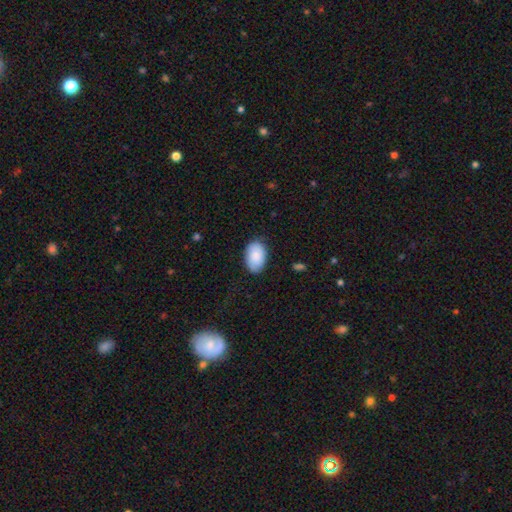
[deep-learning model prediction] Q: Smooth or featured?
A: smooth (86%); runner-up: featured or disk (9%)
Q: How rounded?
A: in between (92%); runner-up: round (7%)
Q: Merging?
A: none (82%); runner-up: minor disturbance (14%)